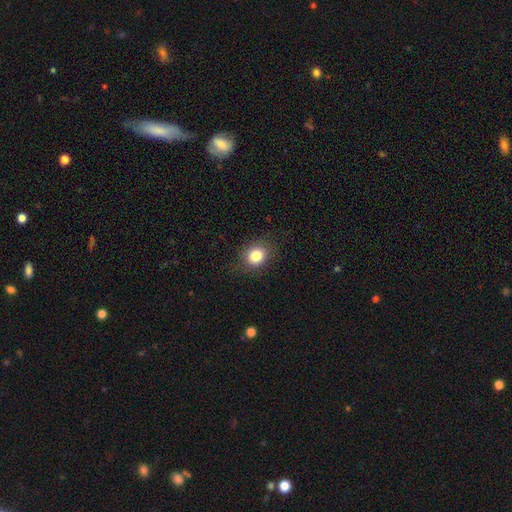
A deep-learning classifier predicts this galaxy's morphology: This is clearly a smooth galaxy (83%). How rounded: possibly round (59%). Merging: clearly none (83%).